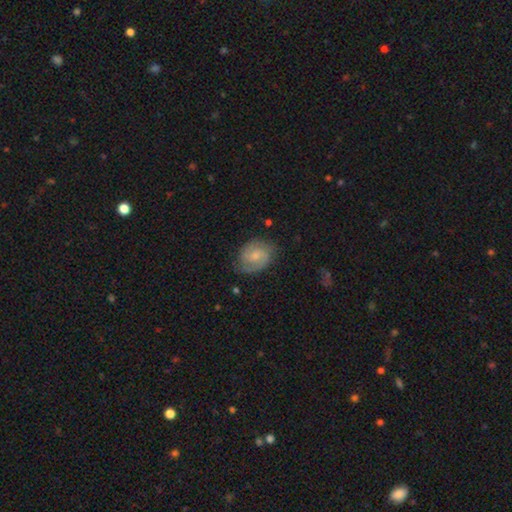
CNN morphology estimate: Smooth or featured?
  - featured or disk: 69% *
  - smooth: 24%
  - star or artifact: 6%
Edge-on disk?
  - no: 98% *
  - yes: 2%
Bar?
  - no: 50% *
  - weak: 44%
  - strong: 6%
Spiral arms?
  - yes: 93% *
  - no: 7%
Spiral winding?
  - medium: 46% *
  - tight: 39%
  - loose: 15%
Spiral arm count?
  - 2: 81% *
  - can't tell: 10%
  - 1: 4%
  - 3: 3%
  - 4: 1%
  - more than 4: 1%
Bulge size?
  - small: 48% *
  - moderate: 40%
  - none: 9%
  - large: 3%
  - dominant: 1%
Merging?
  - none: 72% *
  - minor disturbance: 20%
  - major disturbance: 6%
  - merger: 1%